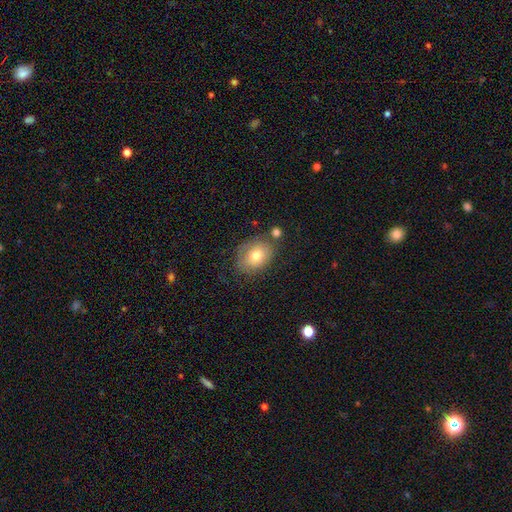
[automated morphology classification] smooth 72%, featured or disk 19%, star or artifact 9%. Down the decision tree: how rounded — in between (67%); merging — none (68%).